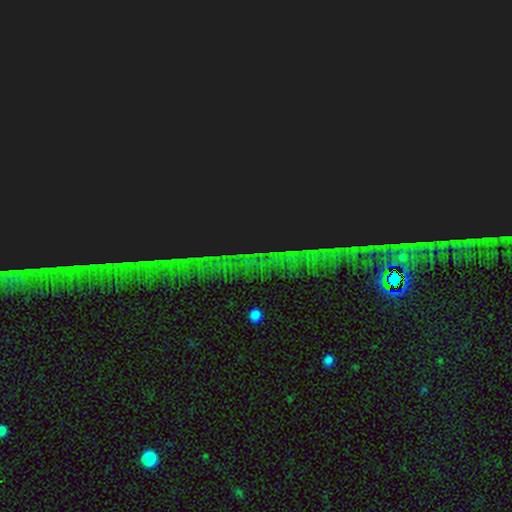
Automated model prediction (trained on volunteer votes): This is clearly a star or artifact rather than a galaxy (83%).